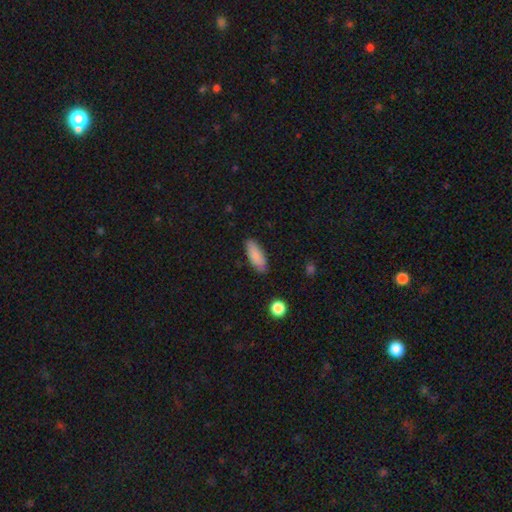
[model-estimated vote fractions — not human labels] smooth_or_featured: smooth (p=0.87) [alt: featured or disk p=0.07]
how_rounded: in between (p=0.73) [alt: cigar-shaped p=0.26]
merging: none (p=0.83) [alt: minor disturbance p=0.13]